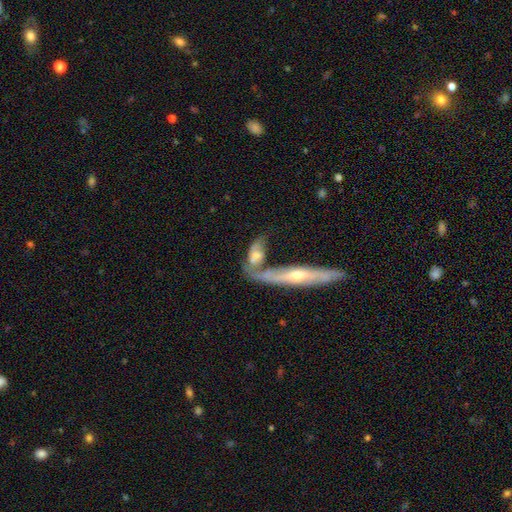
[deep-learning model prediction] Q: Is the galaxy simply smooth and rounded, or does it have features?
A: smooth — 48%.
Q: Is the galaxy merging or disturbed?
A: merger — 53%.